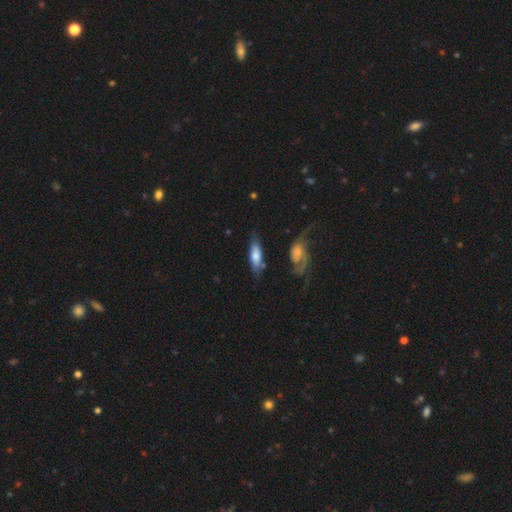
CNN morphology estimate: Smooth or featured?
  - smooth: 61% *
  - featured or disk: 33%
  - star or artifact: 6%
How rounded?
  - in between: 58% *
  - cigar-shaped: 39%
  - round: 3%
Merging?
  - none: 61% *
  - minor disturbance: 22%
  - merger: 10%
  - major disturbance: 8%